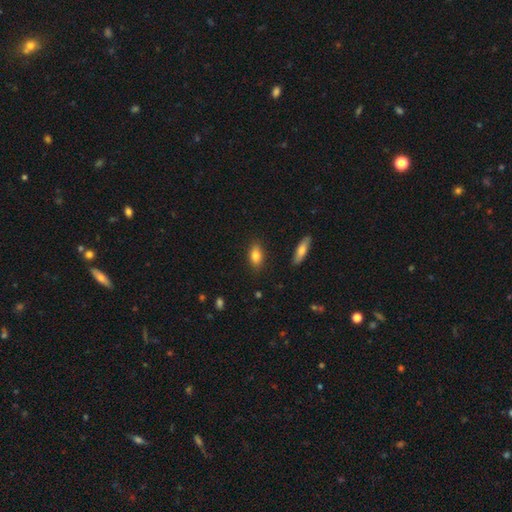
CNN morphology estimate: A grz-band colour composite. It shows a smooth galaxy with no disk features (80%) that is in between round and cigar-shaped (84%). Merging: none (86%).